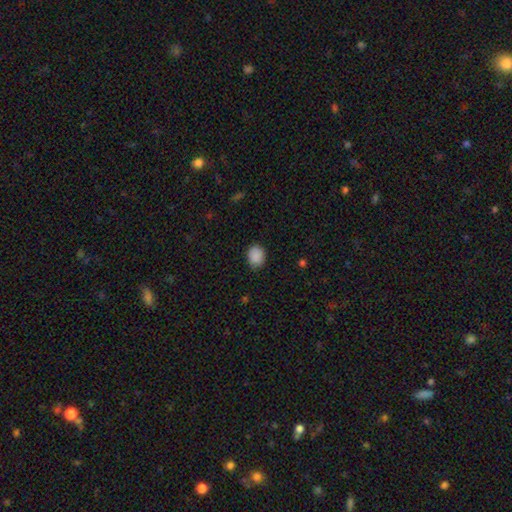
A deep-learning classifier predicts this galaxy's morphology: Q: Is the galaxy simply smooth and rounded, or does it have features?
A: smooth — 89%.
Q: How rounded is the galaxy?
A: round — 51%.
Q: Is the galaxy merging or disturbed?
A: none — 83%.